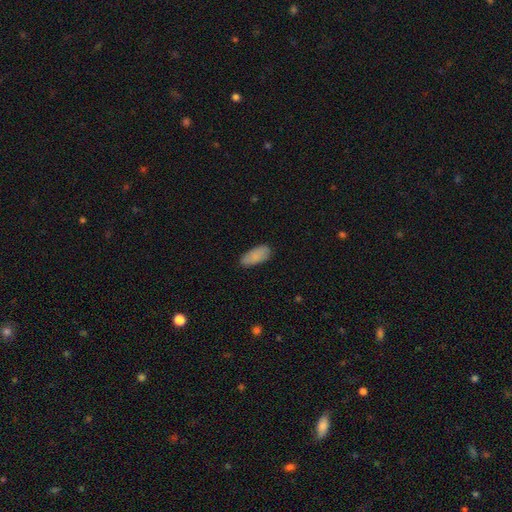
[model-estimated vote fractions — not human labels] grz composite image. It shows a smooth galaxy with no disk features (87%) that is in between round and cigar-shaped (87%). Merging: none (81%).